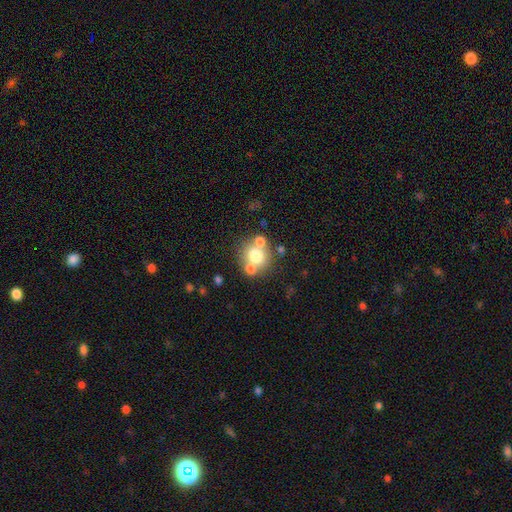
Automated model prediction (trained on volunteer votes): A smooth galaxy with no disk features (68%) that is round (76%).

Vote fractions:
- Smooth or featured? smooth: 68% / featured or disk: 19% / star or artifact: 12%
- How rounded? round: 76% / in between: 23% / cigar-shaped: 1%
- Merging? none: 57% / merger: 28% / minor disturbance: 10% / major disturbance: 5%